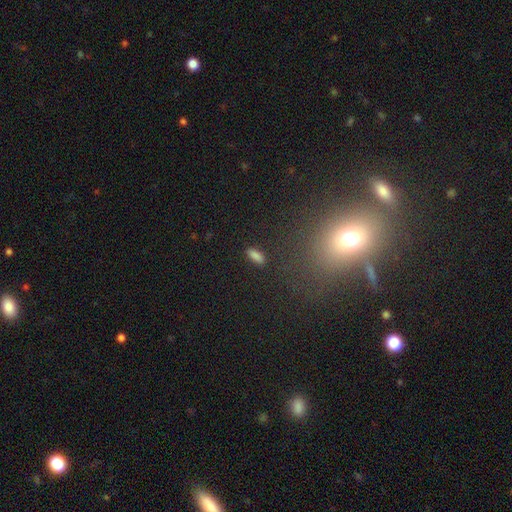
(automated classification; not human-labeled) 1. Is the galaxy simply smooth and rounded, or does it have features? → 77% smooth, 16% star or artifact, 6% featured or disk.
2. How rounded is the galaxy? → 71% in between, 22% cigar-shaped, 6% round.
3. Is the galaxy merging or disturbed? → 85% none, 9% minor disturbance, 3% major disturbance, 3% merger.